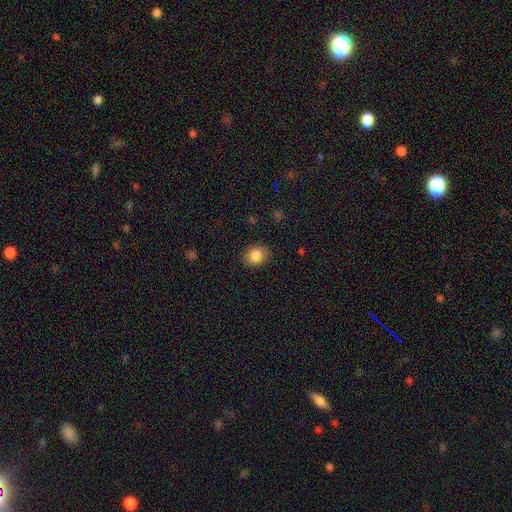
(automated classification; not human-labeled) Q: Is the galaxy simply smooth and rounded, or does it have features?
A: smooth — 84%.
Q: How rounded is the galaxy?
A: round — 55%.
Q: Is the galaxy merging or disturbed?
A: none — 86%.